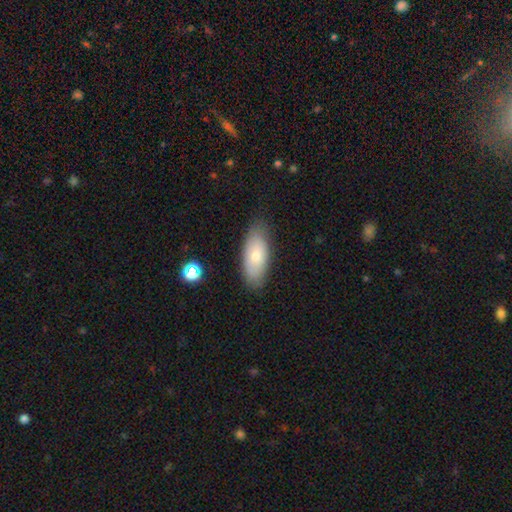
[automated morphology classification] Smooth or featured? smooth (74%)
How rounded? in between (84%)
Merging? none (80%)